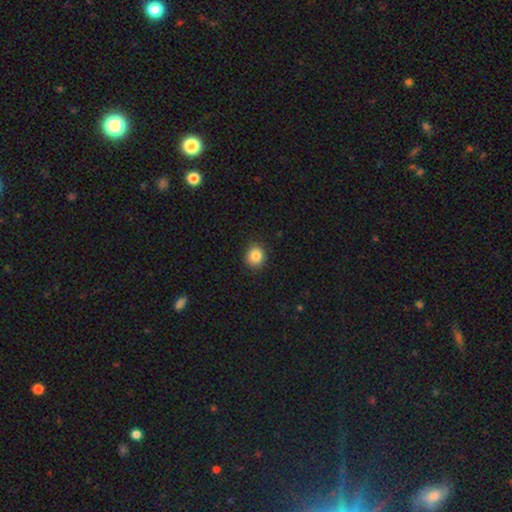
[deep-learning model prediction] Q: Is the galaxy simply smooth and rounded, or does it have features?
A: smooth — 86%.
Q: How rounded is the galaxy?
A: round — 82%.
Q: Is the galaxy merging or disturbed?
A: none — 89%.